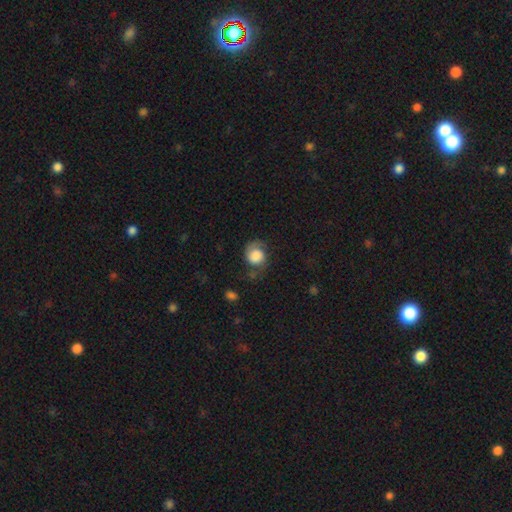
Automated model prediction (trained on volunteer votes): smooth_or_featured: smooth (p=0.61) [alt: featured or disk p=0.31]
how_rounded: round (p=0.73) [alt: in between p=0.26]
merging: none (p=0.46) [alt: minor disturbance p=0.28]